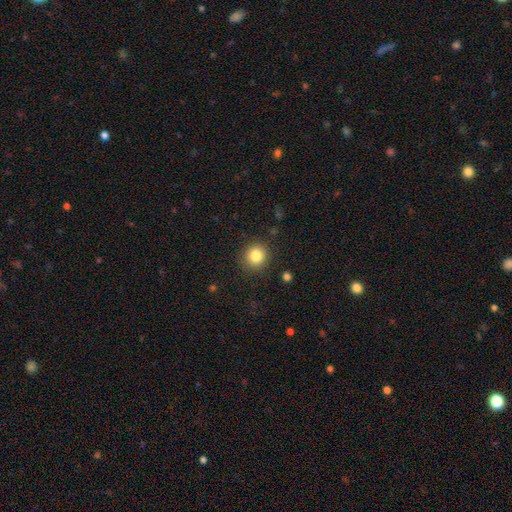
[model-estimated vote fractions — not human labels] A smooth galaxy with no disk features (83%) that is round (88%). Merging: none (89%).